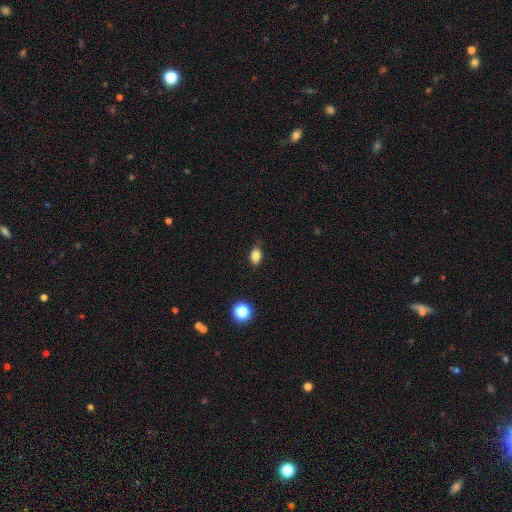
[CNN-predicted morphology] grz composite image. It shows a smooth galaxy with no disk features (83%) that is in between round and cigar-shaped (79%). Merging: none (80%).